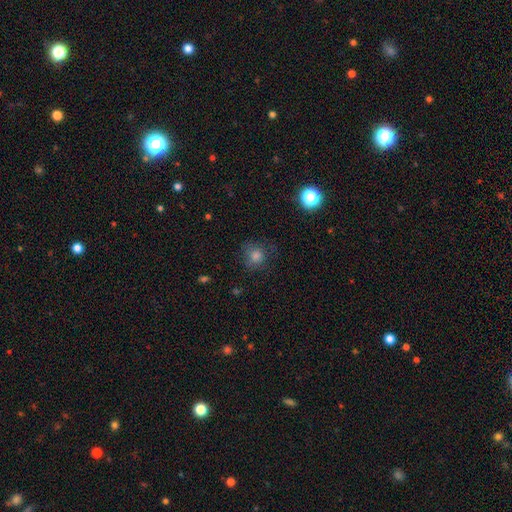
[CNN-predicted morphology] Q: Smooth or featured?
A: smooth (73%); runner-up: star or artifact (18%)
Q: How rounded?
A: round (86%); runner-up: in between (13%)
Q: Merging?
A: none (73%); runner-up: minor disturbance (18%)